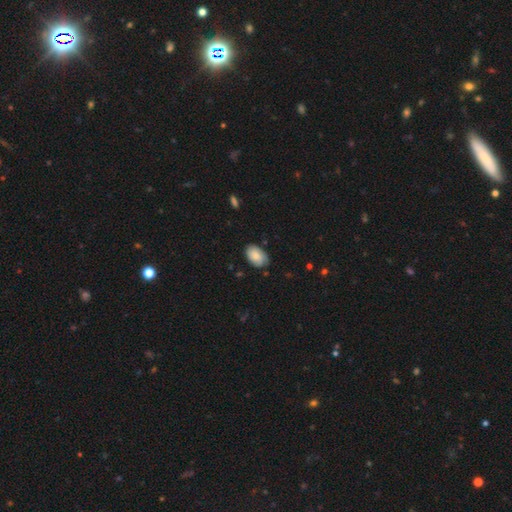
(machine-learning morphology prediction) Smooth or featured? Predicted: smooth (p=0.77). How rounded? Predicted: in between (p=0.90). Merging? Predicted: none (p=0.73).